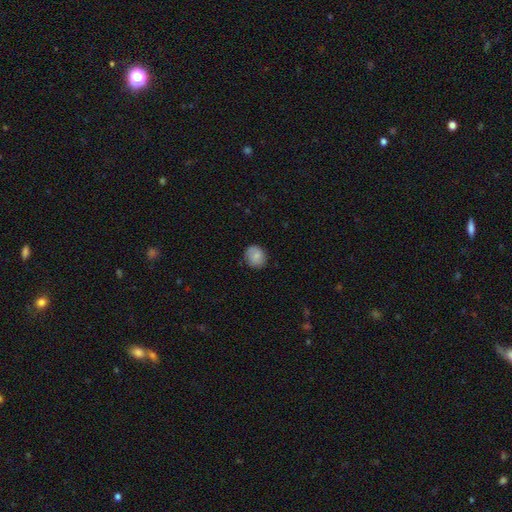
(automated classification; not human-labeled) A smooth galaxy with no disk features (81%) that is round (77%).

Vote fractions:
- Smooth or featured? smooth: 81% / featured or disk: 11% / star or artifact: 8%
- How rounded? round: 77% / in between: 22% / cigar-shaped: 1%
- Merging? none: 81% / minor disturbance: 15% / major disturbance: 3% / merger: 1%